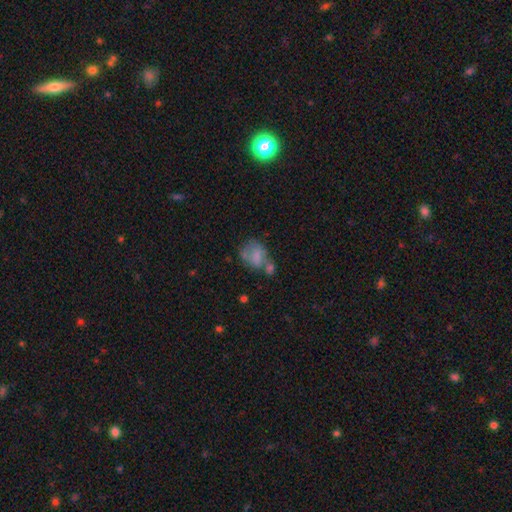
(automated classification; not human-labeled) Smooth or featured? Predicted: smooth (p=0.64). How rounded? Predicted: in between (p=0.57). Merging? Predicted: merger (p=0.36).